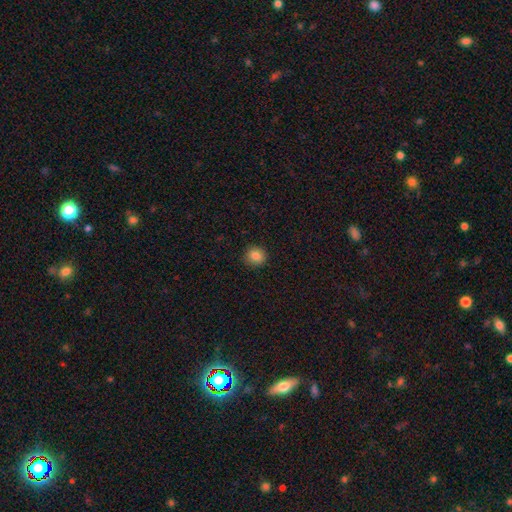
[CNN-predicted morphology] Overall: smooth (85%). How rounded: round (88%). Merging: none (91%).